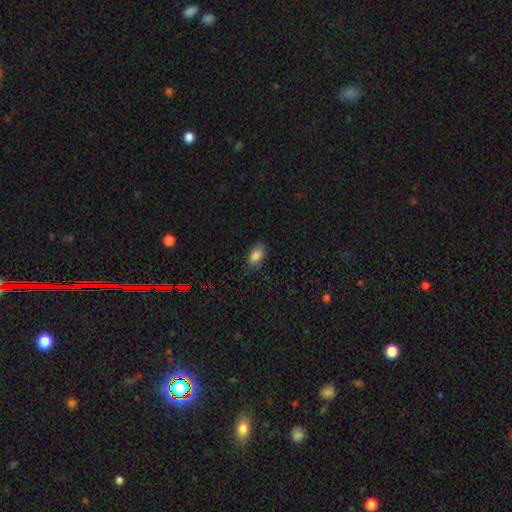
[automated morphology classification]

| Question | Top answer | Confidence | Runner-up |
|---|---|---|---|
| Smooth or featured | smooth | 86% | star or artifact (9%) |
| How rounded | in between | 91% | round (7%) |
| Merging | none | 82% | minor disturbance (14%) |